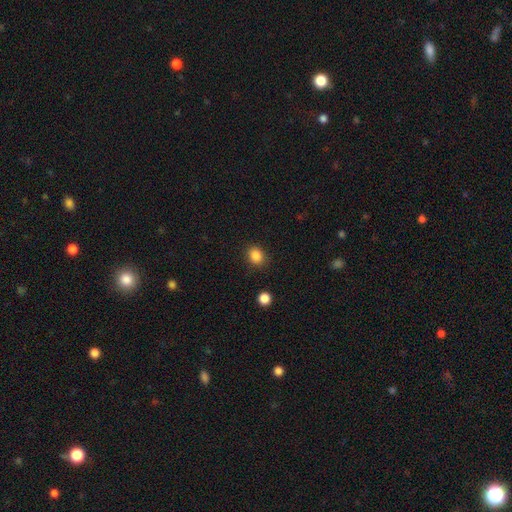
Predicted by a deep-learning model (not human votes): Smooth or featured? Predicted: smooth (p=0.85). How rounded? Predicted: round (p=0.56). Merging? Predicted: none (p=0.87).